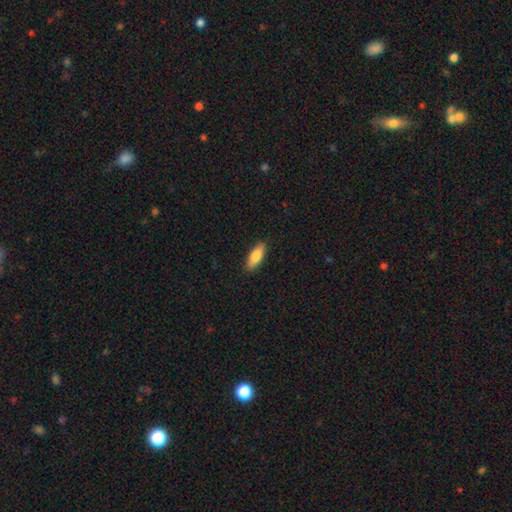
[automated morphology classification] Smooth or featured?
  - smooth: 80% *
  - featured or disk: 14%
  - star or artifact: 6%
How rounded?
  - in between: 69% *
  - cigar-shaped: 29%
  - round: 2%
Merging?
  - none: 89% *
  - minor disturbance: 8%
  - major disturbance: 2%
  - merger: 1%